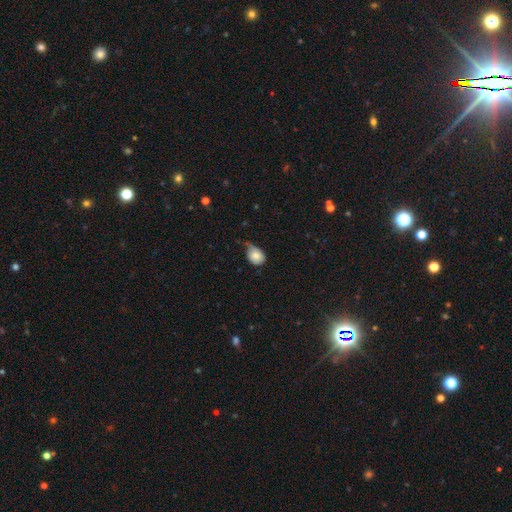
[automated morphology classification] A smooth galaxy with no disk features (74%) that is in between round and cigar-shaped (59%). Merging: minor disturbance (46%).